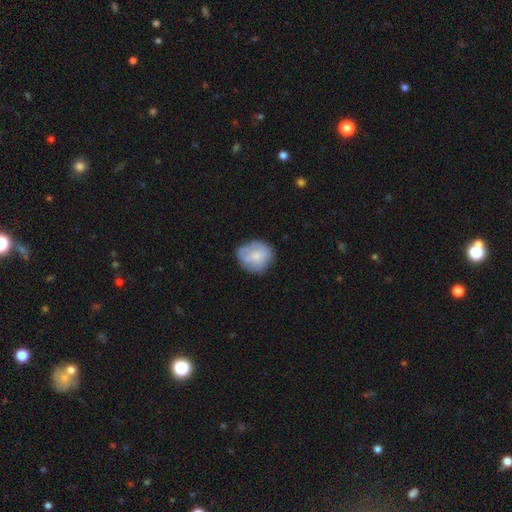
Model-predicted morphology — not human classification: A smooth galaxy with no disk features (68%) that is round (82%). Merging: none (67%).